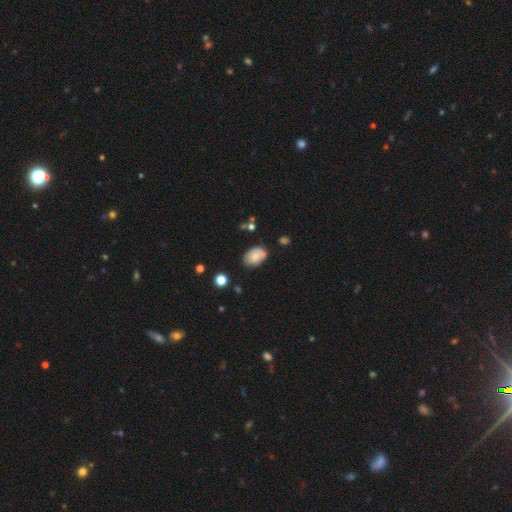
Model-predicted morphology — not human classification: Smooth or featured? smooth (73%)
How rounded? in between (84%)
Merging? none (66%)